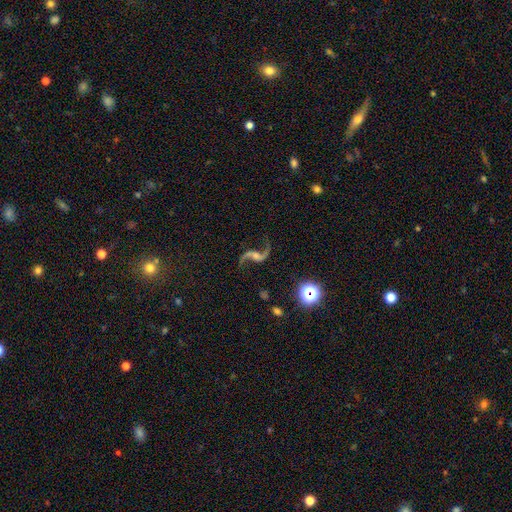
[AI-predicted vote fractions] A featured or disk galaxy (90%) with no bar (47%), 2 (94%) loose (92%) spiral arms (97%) and a small central bulge (47%).

Vote fractions:
- Smooth or featured? featured or disk: 90% / star or artifact: 7% / smooth: 3%
- Edge-on disk? no: 97% / yes: 3%
- Bar? no: 47% / weak: 36% / strong: 17%
- Spiral arms? yes: 97% / no: 3%
- Spiral winding? loose: 92% / medium: 6% / tight: 2%
- Spiral arm count? 2: 94% / 1: 2% / can't tell: 1% / 3: 1% / 4: 1% / more than 4: 1%
- Bulge size? small: 47% / moderate: 31% / none: 15% / large: 5% / dominant: 2%
- Merging? none: 81% / minor disturbance: 10% / major disturbance: 6% / merger: 3%